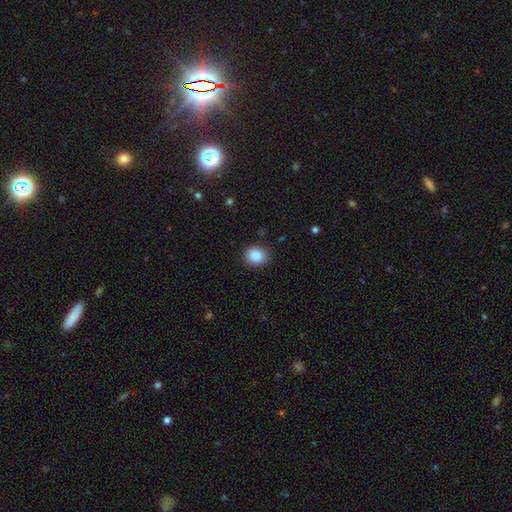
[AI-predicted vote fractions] Q: Smooth or featured?
A: smooth (87%); runner-up: star or artifact (9%)
Q: How rounded?
A: round (68%); runner-up: in between (32%)
Q: Merging?
A: none (87%); runner-up: minor disturbance (9%)